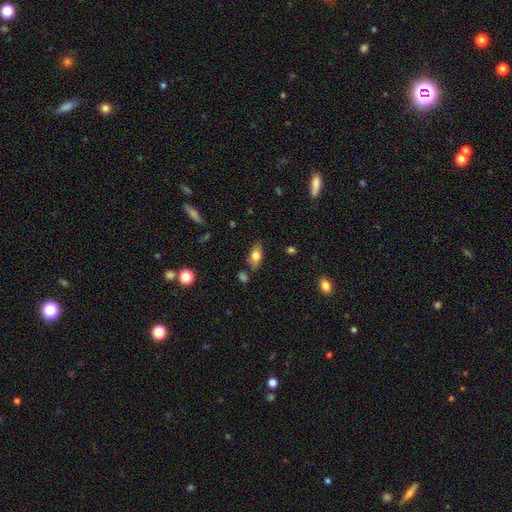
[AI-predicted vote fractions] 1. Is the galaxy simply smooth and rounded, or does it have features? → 74% smooth, 18% featured or disk, 8% star or artifact.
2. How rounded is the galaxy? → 87% in between, 8% cigar-shaped, 6% round.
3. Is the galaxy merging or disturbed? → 71% none, 19% minor disturbance, 6% merger, 4% major disturbance.